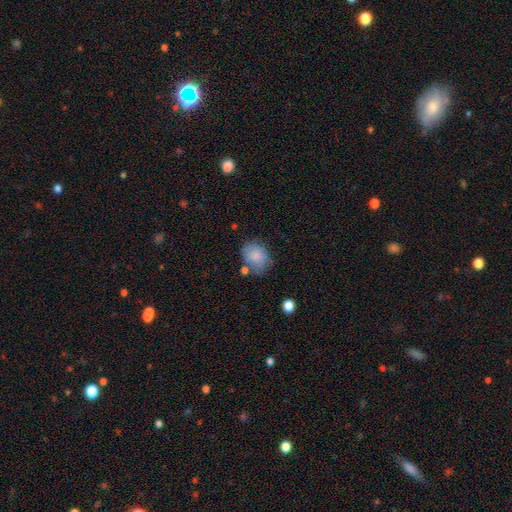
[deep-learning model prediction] smooth-or-featured: smooth: 76% | featured or disk: 16% | star or artifact: 8%
  how-rounded: in between: 56% | round: 43% | cigar-shaped: 1%
  merging: none: 57% | minor disturbance: 26% | major disturbance: 9% | merger: 8%